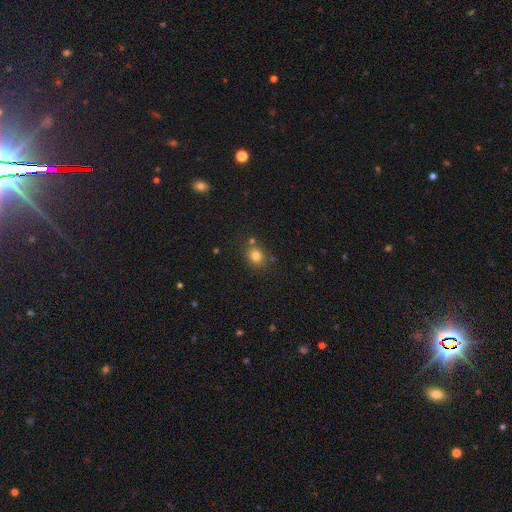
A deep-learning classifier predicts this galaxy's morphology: Q: Smooth or featured?
A: smooth (79%); runner-up: star or artifact (13%)
Q: How rounded?
A: round (70%); runner-up: in between (29%)
Q: Merging?
A: none (75%); runner-up: minor disturbance (11%)